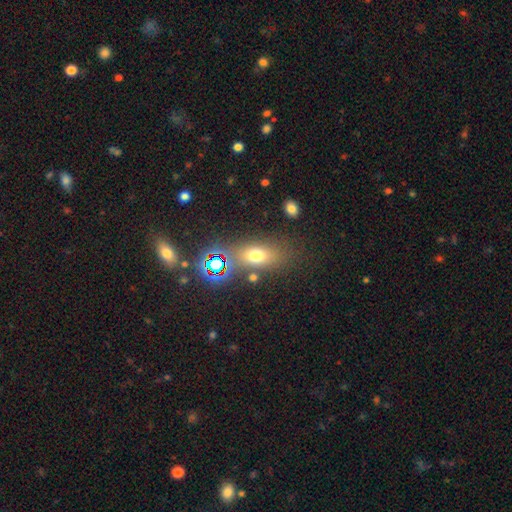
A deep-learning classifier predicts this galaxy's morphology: smooth_or_featured: smooth (p=0.64) [alt: star or artifact p=0.20]
how_rounded: in between (p=0.69) [alt: round p=0.21]
merging: none (p=0.70) [alt: minor disturbance p=0.14]